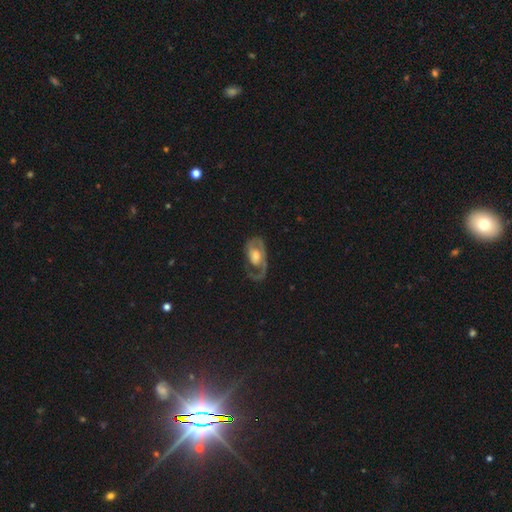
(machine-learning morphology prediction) featured or disk 75%, smooth 20%, star or artifact 5%. Down the decision tree: edge-on disk — no (95%); bar — no (64%); spiral arms — yes (81%); spiral arm count — 1 (59%); spiral winding — medium (38%); bulge size — moderate (58%); merging — none (47%).